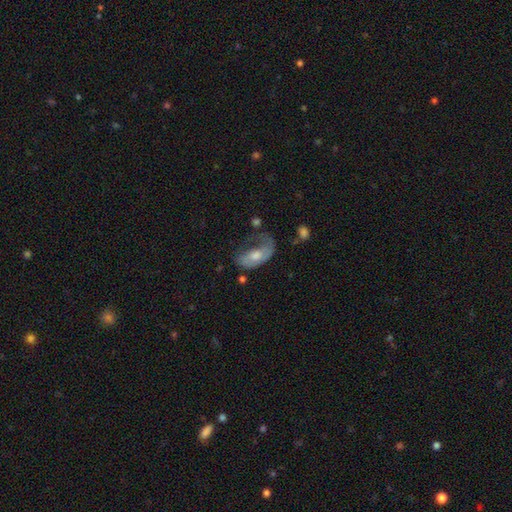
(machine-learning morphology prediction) This is possibly a featured or disk galaxy (55%). It is clearly not viewed edge-on (93%). Bar: likely no (71%). Spiral arm pattern: likely yes (65%). Central bulge: possibly moderate (59%). Merging: possibly major disturbance (46%).